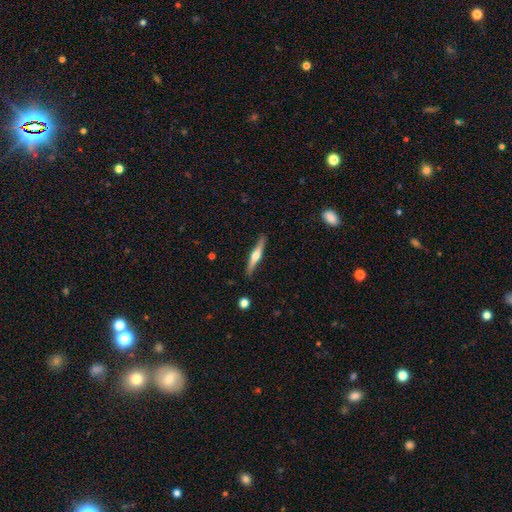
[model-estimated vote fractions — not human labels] This appears to be a featured or disk galaxy (65%) viewed edge-on (97%) with a rounded central bulge (91%). Merging: none (88%).